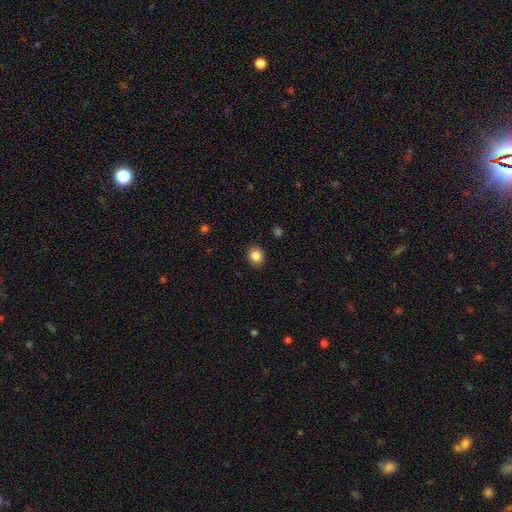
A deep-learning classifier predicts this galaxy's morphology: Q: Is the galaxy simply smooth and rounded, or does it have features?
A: smooth — 86%.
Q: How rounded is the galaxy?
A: round — 57%.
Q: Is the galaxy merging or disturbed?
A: none — 89%.